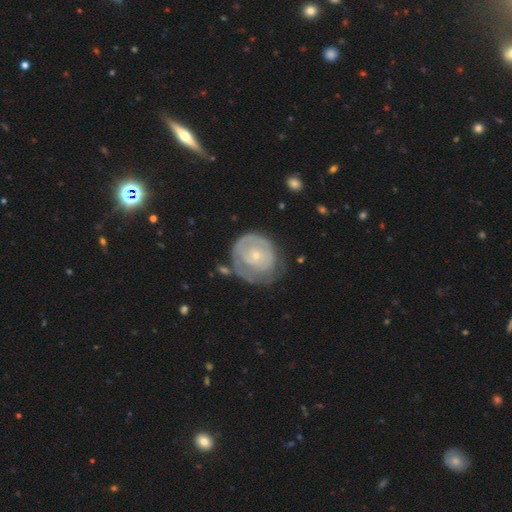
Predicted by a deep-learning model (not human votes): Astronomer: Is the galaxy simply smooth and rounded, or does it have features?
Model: featured or disk — 65%.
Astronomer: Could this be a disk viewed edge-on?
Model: no — 97%.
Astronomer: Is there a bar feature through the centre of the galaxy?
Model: no — 82%.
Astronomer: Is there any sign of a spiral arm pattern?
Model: yes — 61% (runner-up: no, 39%).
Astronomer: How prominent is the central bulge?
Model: small — 75%.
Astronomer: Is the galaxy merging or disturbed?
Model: none — 50% (runner-up: minor disturbance, 27%).